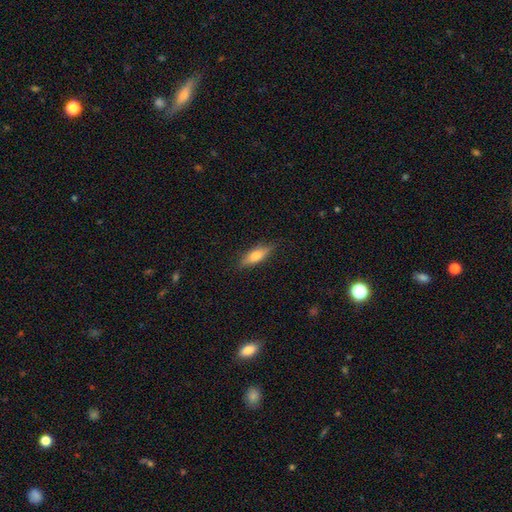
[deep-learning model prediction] A smooth galaxy with no disk features (62%) that is cigar-shaped (49%). Merging: none (84%).